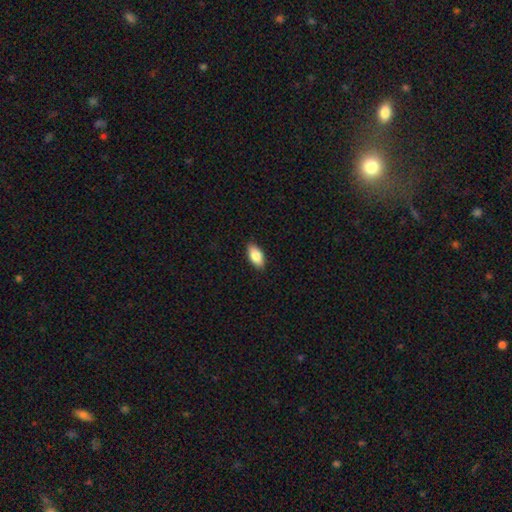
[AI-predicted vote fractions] smooth 85%, featured or disk 8%, star or artifact 6%. Down the decision tree: how rounded — in between (91%); merging — none (88%).